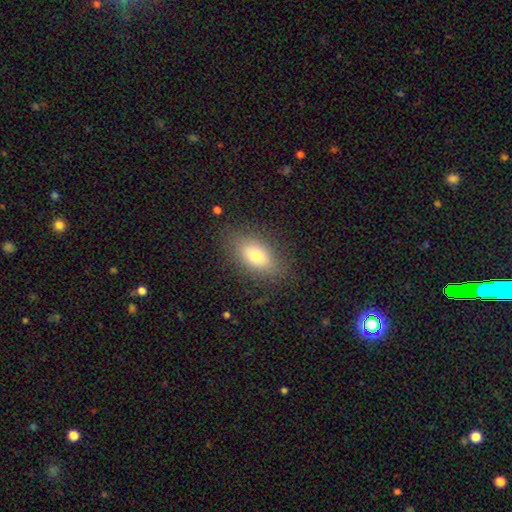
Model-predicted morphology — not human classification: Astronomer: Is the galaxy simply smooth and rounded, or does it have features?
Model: smooth — 76%.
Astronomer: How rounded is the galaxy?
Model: in between — 85%.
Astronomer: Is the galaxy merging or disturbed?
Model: none — 82%.